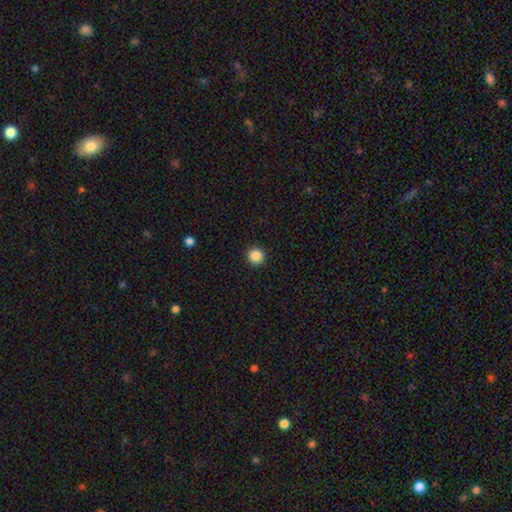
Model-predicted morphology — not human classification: Q: Smooth or featured?
A: smooth (87%); runner-up: star or artifact (10%)
Q: How rounded?
A: round (96%); runner-up: in between (3%)
Q: Merging?
A: none (93%); runner-up: minor disturbance (4%)